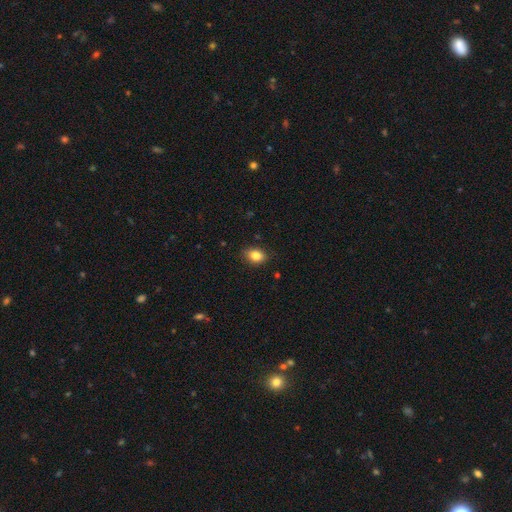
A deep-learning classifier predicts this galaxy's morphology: Smooth or featured?
  - smooth: 84% *
  - star or artifact: 9%
  - featured or disk: 7%
How rounded?
  - in between: 74% *
  - round: 25%
  - cigar-shaped: 1%
Merging?
  - none: 85% *
  - minor disturbance: 12%
  - major disturbance: 2%
  - merger: 1%